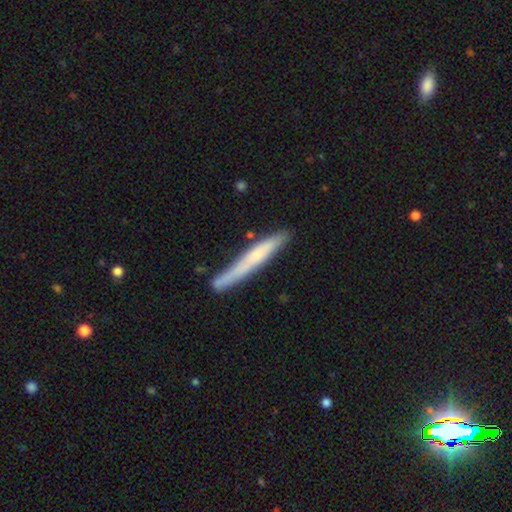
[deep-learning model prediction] Overall: smooth (57%; featured or disk 38%). How rounded: cigar-shaped (96%). Merging: none (72%).